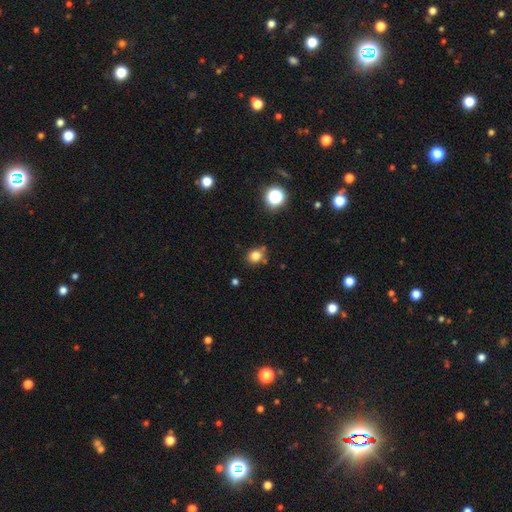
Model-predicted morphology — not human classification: This appears to be a smooth galaxy with no disk features (80%) that is round (72%). Merging: none (73%).